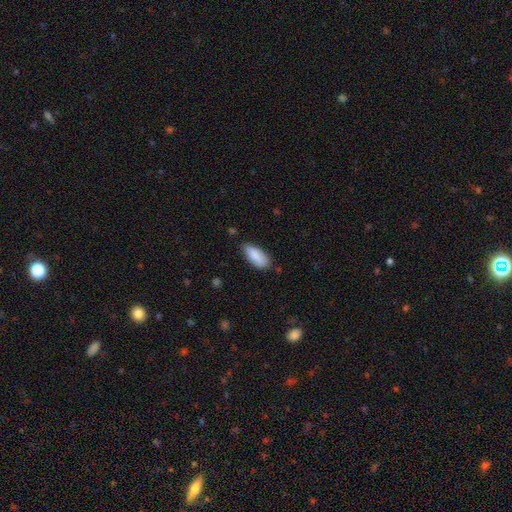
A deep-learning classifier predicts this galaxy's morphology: Smooth or featured? Predicted: smooth (p=0.88). How rounded? Predicted: in between (p=0.83). Merging? Predicted: none (p=0.71).